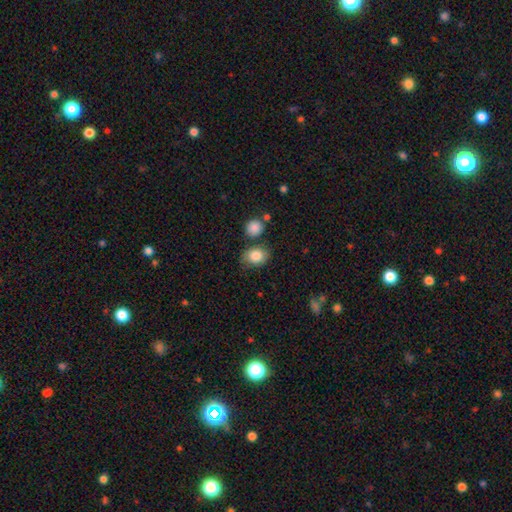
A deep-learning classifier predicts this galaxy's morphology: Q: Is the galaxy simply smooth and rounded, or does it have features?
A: smooth — 84%.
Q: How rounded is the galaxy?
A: in between — 58%.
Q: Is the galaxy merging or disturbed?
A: none — 70%.